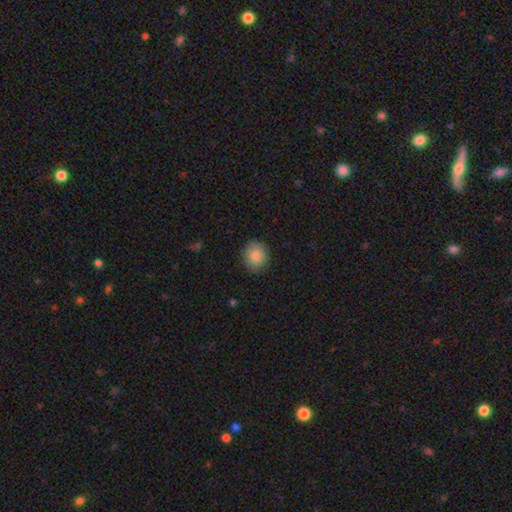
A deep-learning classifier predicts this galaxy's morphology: Smooth or featured? Predicted: smooth (p=0.85). How rounded? Predicted: round (p=0.78). Merging? Predicted: none (p=0.85).